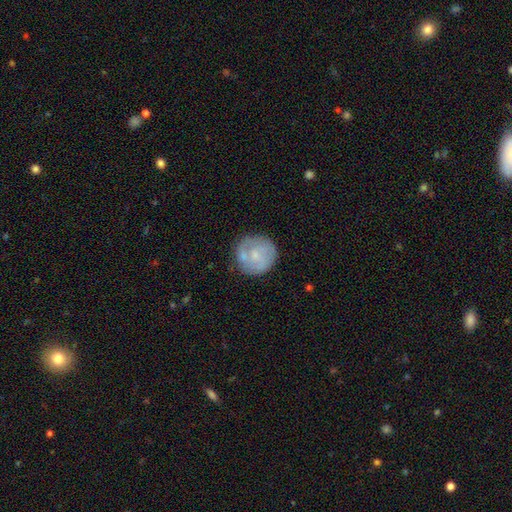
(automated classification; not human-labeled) Smooth or featured? Predicted: smooth (p=0.51). How rounded? Predicted: round (p=0.93). Merging? Predicted: none (p=0.73).